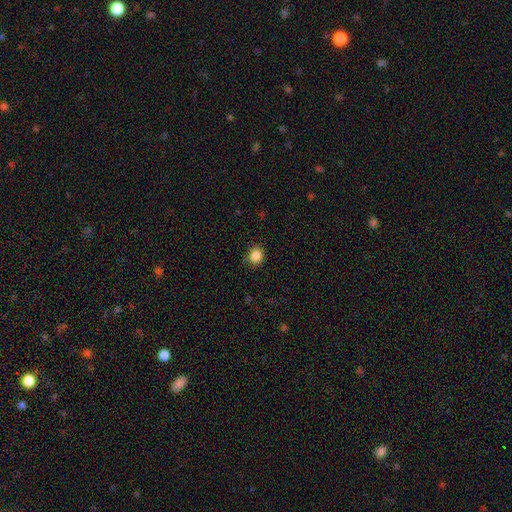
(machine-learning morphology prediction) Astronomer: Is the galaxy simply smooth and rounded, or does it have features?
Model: smooth — 86%.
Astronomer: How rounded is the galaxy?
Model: round — 80%.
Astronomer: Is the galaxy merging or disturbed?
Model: none — 86%.